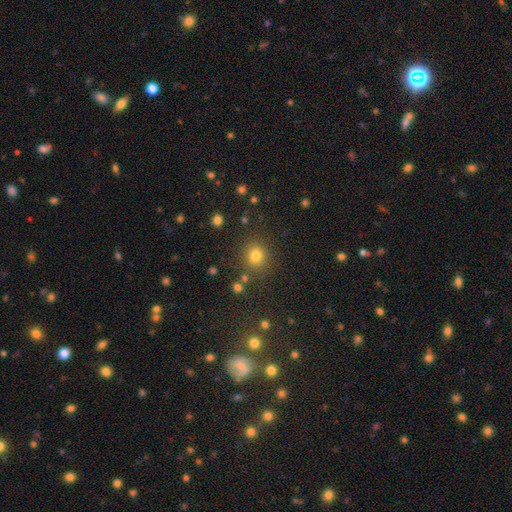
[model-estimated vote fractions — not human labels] Overall: smooth (78%). How rounded: round (88%). Merging: none (84%).